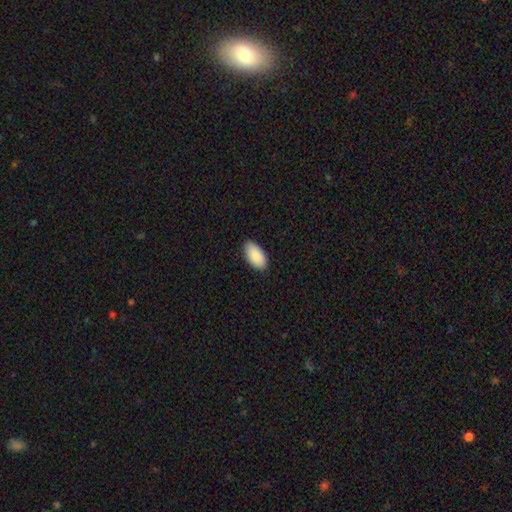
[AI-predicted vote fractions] smooth_or_featured: smooth (p=0.91) [alt: star or artifact p=0.06]
how_rounded: in between (p=0.96) [alt: cigar-shaped p=0.02]
merging: none (p=0.88) [alt: minor disturbance p=0.10]